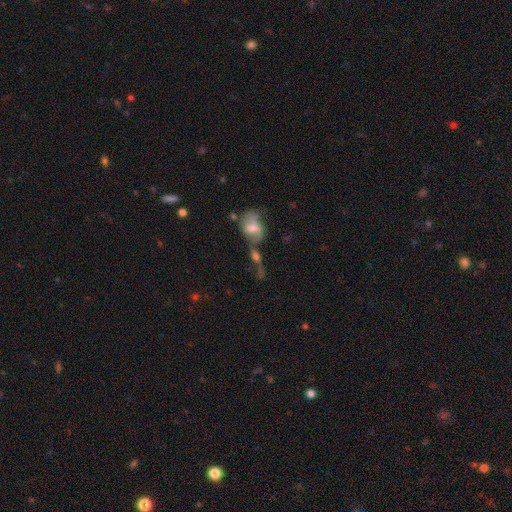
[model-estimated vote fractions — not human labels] A featured or disk galaxy (41%).

Vote fractions:
- Smooth or featured? featured or disk: 41% / smooth: 39% / star or artifact: 20%
- Merging? merger: 39% / none: 32% / major disturbance: 15% / minor disturbance: 14%